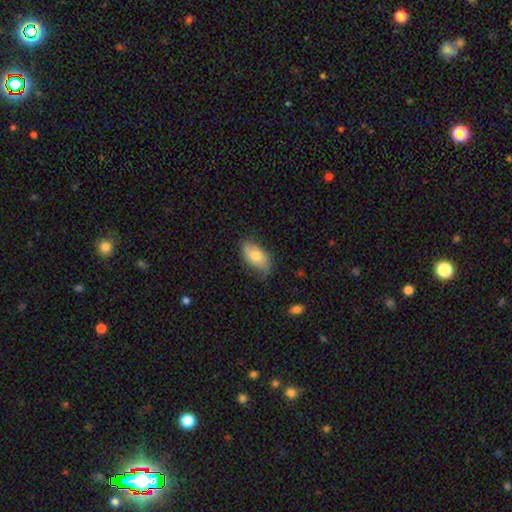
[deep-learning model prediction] Q: Smooth or featured?
A: smooth (70%); runner-up: featured or disk (24%)
Q: How rounded?
A: in between (93%); runner-up: round (4%)
Q: Merging?
A: none (64%); runner-up: minor disturbance (29%)